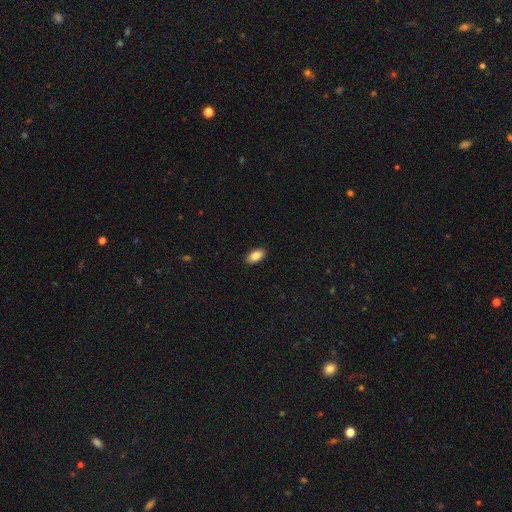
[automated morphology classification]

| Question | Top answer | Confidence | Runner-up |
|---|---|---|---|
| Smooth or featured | smooth | 85% | featured or disk (8%) |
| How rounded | in between | 93% | round (4%) |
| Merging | none | 90% | minor disturbance (7%) |